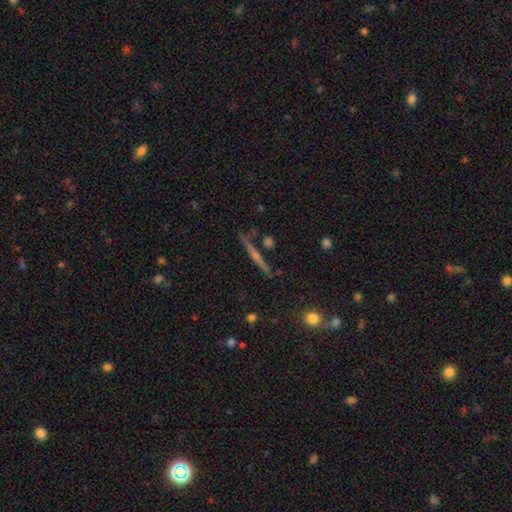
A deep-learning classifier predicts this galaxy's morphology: The model was most divided on "edge-on bulge": rounded: 54%, none: 36%, boxy: 10%. More confident: edge-on disk — yes (97%); merging — none (84%); smooth or featured — featured or disk (65%).